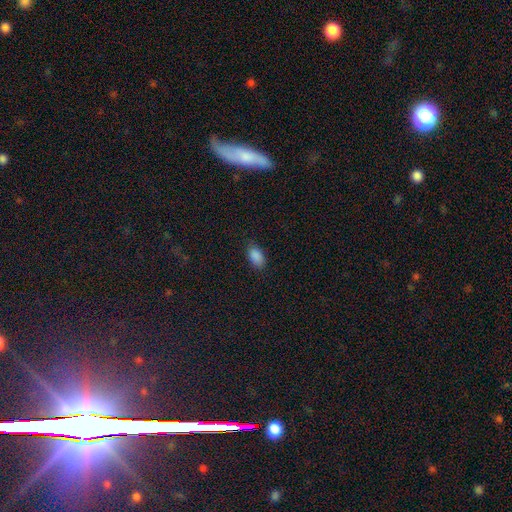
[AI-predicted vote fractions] This appears to be a smooth galaxy with no disk features (88%) that is in between round and cigar-shaped (92%). Merging: none (83%).